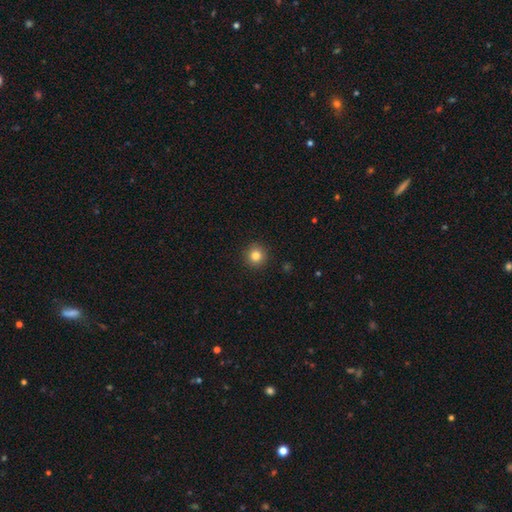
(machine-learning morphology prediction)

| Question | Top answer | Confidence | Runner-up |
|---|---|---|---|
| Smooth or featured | smooth | 83% | star or artifact (11%) |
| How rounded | round | 94% | in between (5%) |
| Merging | none | 92% | minor disturbance (5%) |